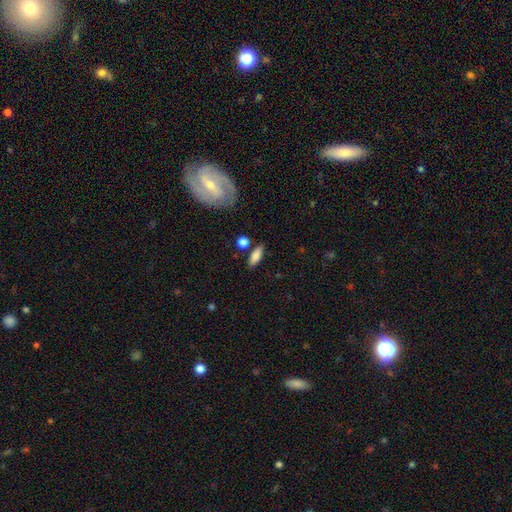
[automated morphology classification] A smooth galaxy with no disk features (81%) that is in between round and cigar-shaped (63%). Merging: none (78%).